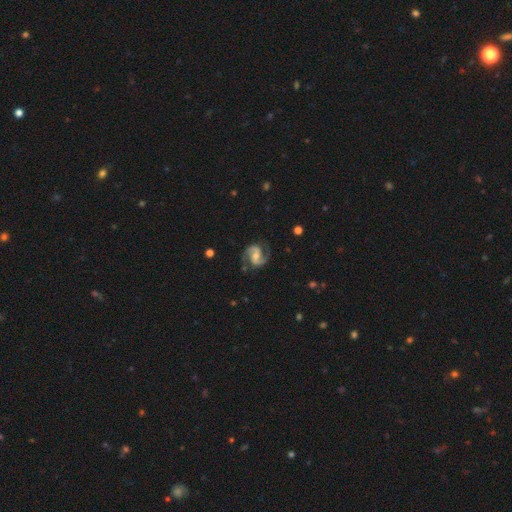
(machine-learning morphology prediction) A featured or disk galaxy (92%) with a weak bar (44%), 2 (94%) medium (60%) spiral arms (98%) and a moderate central bulge (51%). Merging: none (82%).